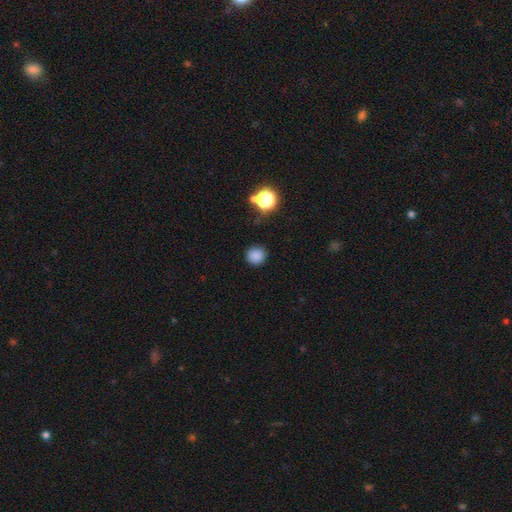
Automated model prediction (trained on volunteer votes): A smooth galaxy with no disk features (83%) that is round (92%). Merging: none (89%).